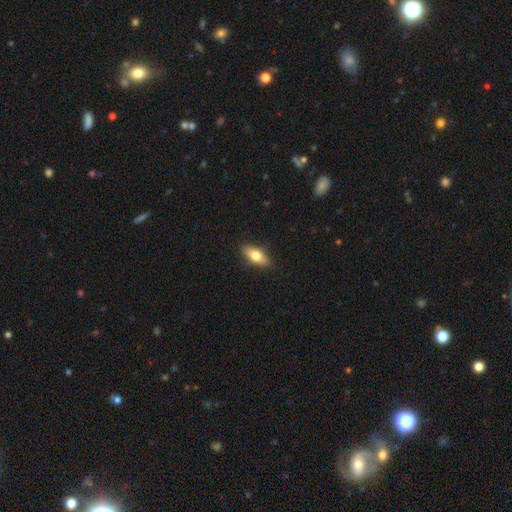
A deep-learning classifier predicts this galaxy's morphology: This is likely a smooth galaxy (73%). How rounded: likely in between (79%). Merging: clearly none (88%).